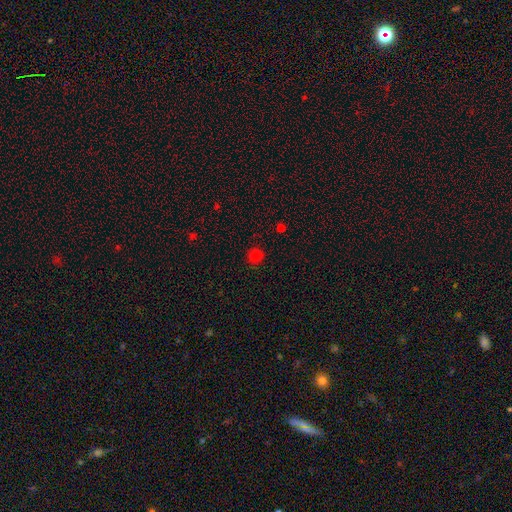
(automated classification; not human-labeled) Q: Smooth or featured?
A: smooth (79%); runner-up: star or artifact (18%)
Q: How rounded?
A: round (91%); runner-up: in between (8%)
Q: Merging?
A: none (89%); runner-up: minor disturbance (8%)